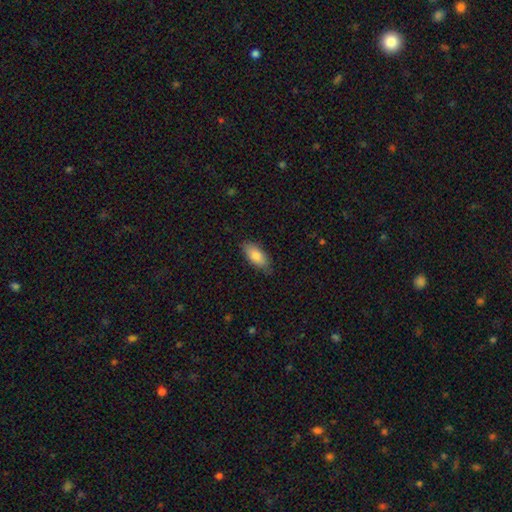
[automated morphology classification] Smooth or featured: smooth — 83% (featured or disk — 11%)
How rounded: in between — 87% (cigar-shaped — 11%)
Merging: none — 81% (minor disturbance — 16%)